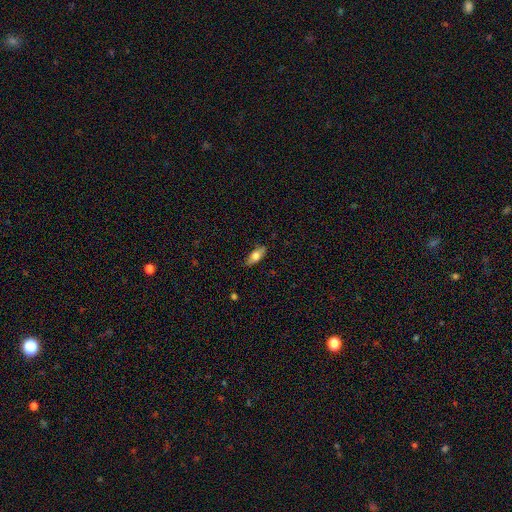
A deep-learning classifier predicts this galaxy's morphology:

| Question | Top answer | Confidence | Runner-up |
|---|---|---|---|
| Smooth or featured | smooth | 66% | featured or disk (27%) |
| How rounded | in between | 73% | cigar-shaped (24%) |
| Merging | none | 85% | minor disturbance (12%) |